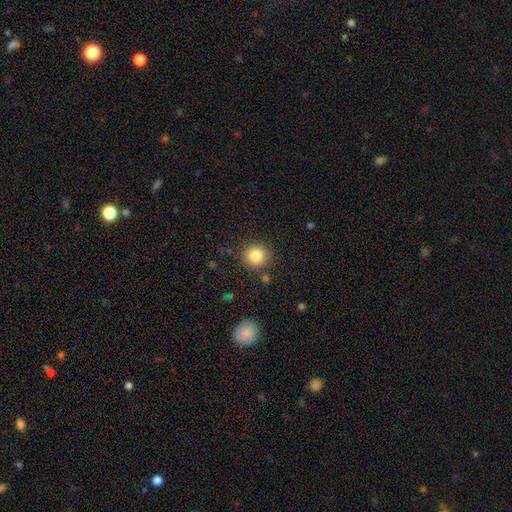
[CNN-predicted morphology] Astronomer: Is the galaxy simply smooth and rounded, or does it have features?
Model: smooth — 83%.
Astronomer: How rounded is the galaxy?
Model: round — 90%.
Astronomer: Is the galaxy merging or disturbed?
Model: none — 86%.